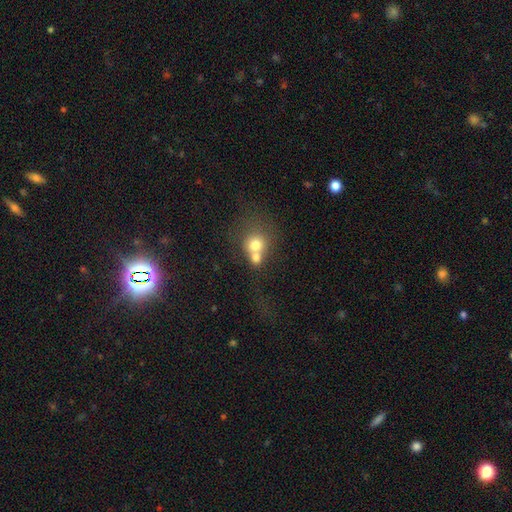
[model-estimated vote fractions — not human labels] This is possibly a smooth galaxy (52%). How rounded: likely round (78%). Merging: possibly merger (52%).